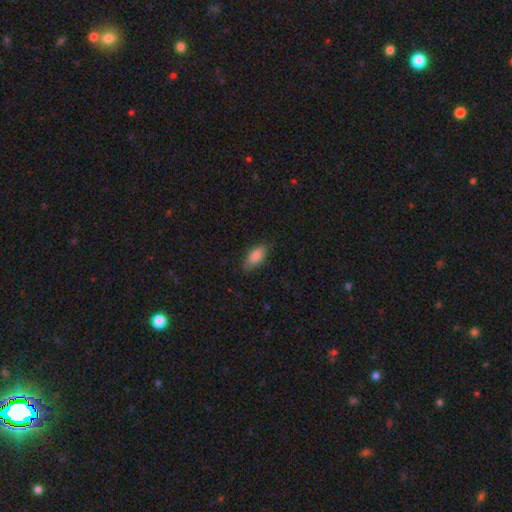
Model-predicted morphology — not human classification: type=smooth (83%); roundness=in between (88%); merging=none (77%).